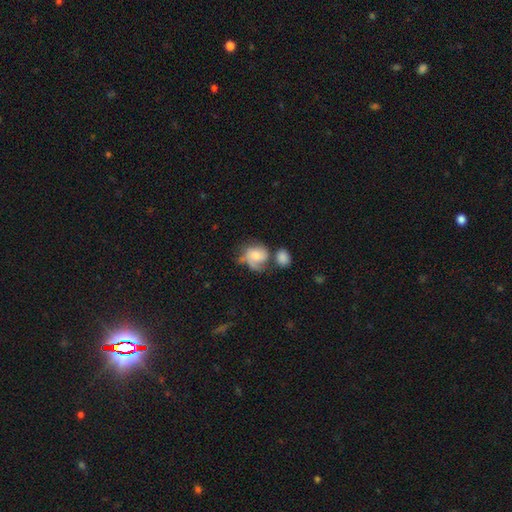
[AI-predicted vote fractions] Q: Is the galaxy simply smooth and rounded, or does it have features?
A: smooth — 48%.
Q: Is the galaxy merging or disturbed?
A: none — 32%.